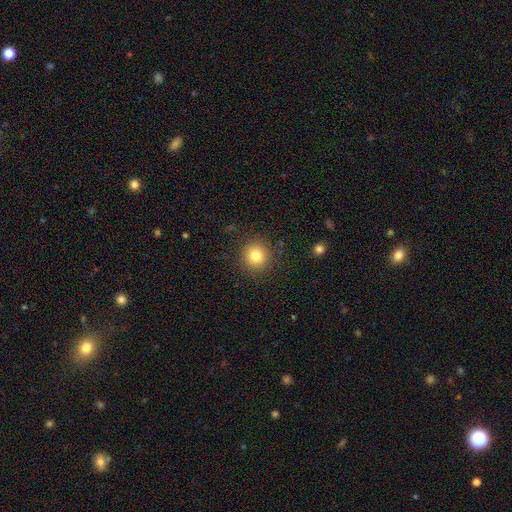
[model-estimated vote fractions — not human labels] smooth_or_featured: smooth (p=0.82) [alt: star or artifact p=0.11]
how_rounded: round (p=0.92) [alt: in between p=0.07]
merging: none (p=0.89) [alt: minor disturbance p=0.07]